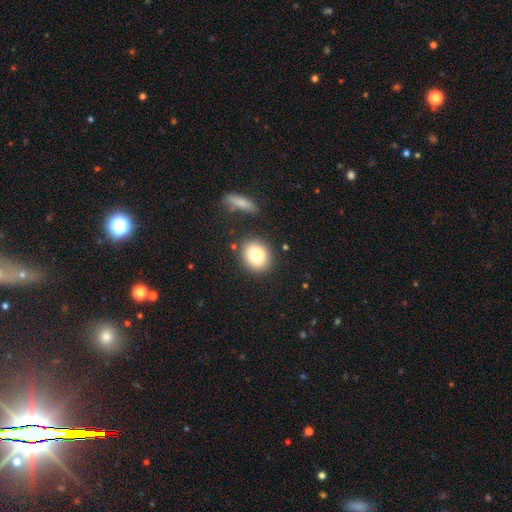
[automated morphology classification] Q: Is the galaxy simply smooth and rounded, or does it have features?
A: smooth — 76%.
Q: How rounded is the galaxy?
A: round — 69%.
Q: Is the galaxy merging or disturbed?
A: none — 76%.